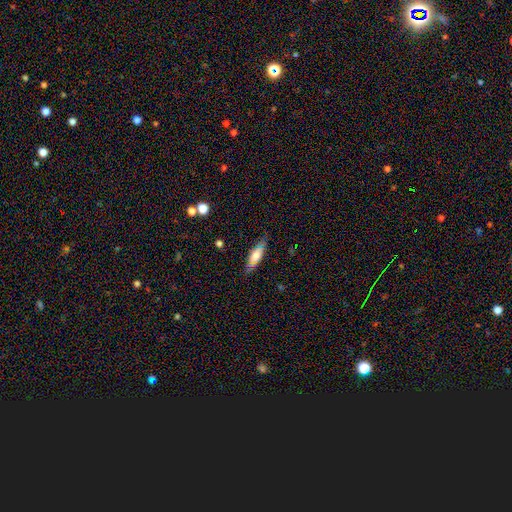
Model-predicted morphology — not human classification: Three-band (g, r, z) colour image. It shows a smooth galaxy with no disk features (59%) that is cigar-shaped (52%). Merging: none (81%).